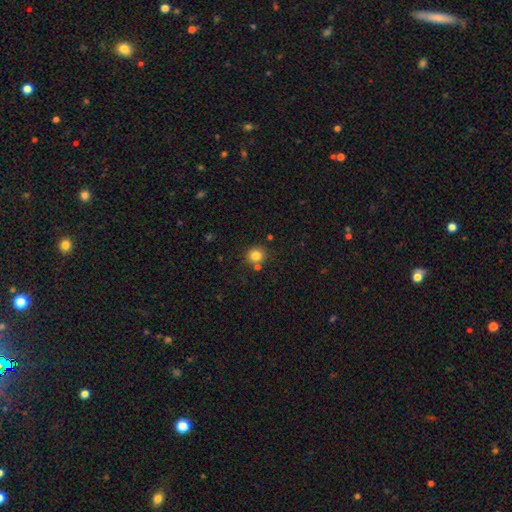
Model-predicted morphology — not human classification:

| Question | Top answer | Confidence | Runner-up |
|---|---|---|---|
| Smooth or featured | smooth | 82% | star or artifact (12%) |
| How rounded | round | 86% | in between (13%) |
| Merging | none | 77% | merger (11%) |